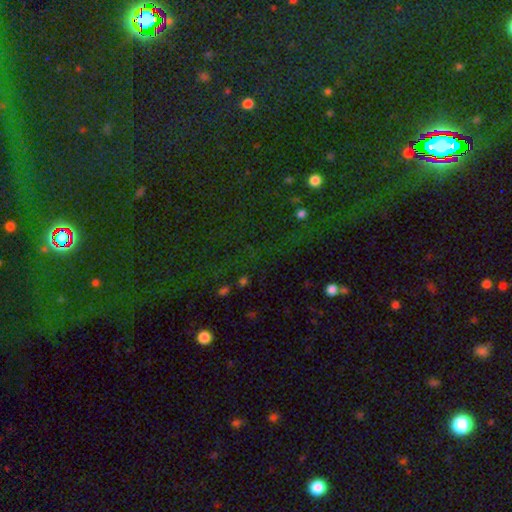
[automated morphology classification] This is clearly a star or artifact rather than a galaxy (80%).